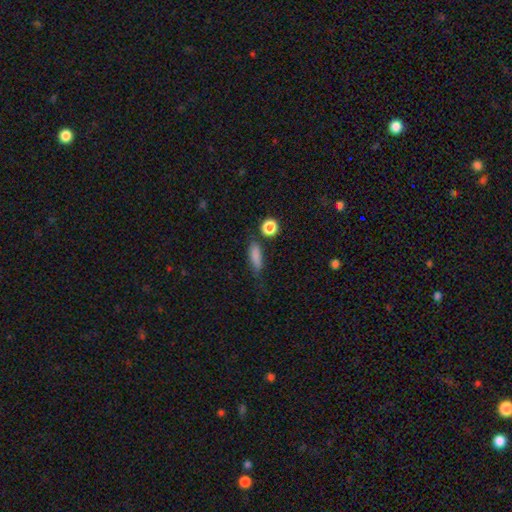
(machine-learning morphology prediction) type=smooth (81%); roundness=in between (48%); merging=none (63%).